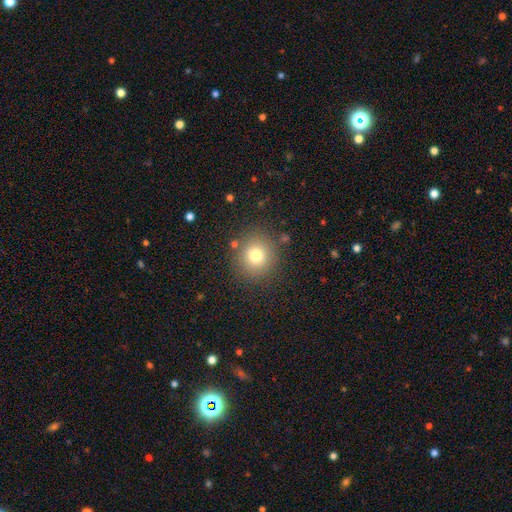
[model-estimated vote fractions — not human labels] Overall: smooth (76%). How rounded: round (91%). Merging: none (85%).